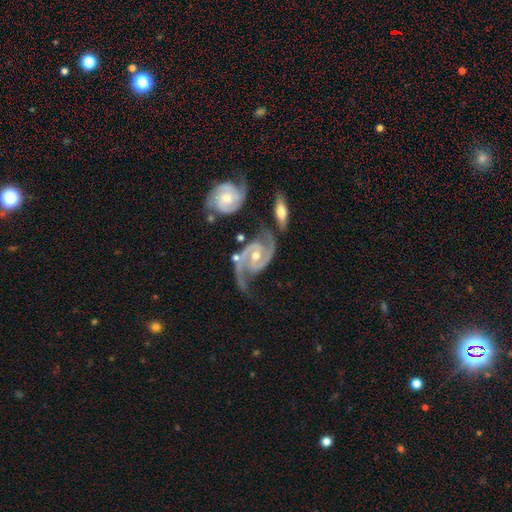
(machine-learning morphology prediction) featured or disk 93%, star or artifact 4%, smooth 3%. Down the decision tree: edge-on disk — no (97%); bar — no (49%); spiral arms — yes (98%); spiral arm count — 2 (90%); spiral winding — medium (55%); bulge size — moderate (65%); merging — none (47%).